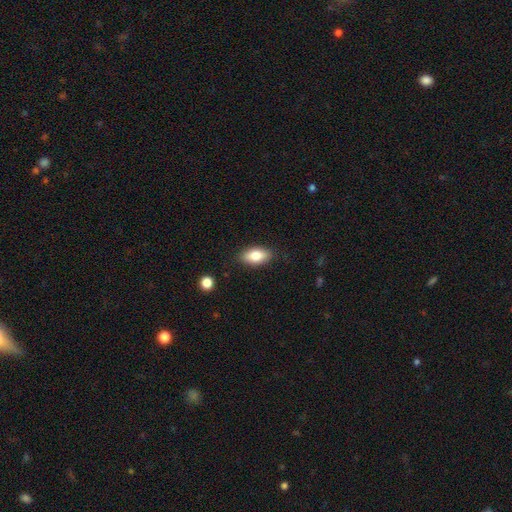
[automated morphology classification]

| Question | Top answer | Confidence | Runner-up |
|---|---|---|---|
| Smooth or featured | smooth | 80% | featured or disk (13%) |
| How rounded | in between | 89% | cigar-shaped (6%) |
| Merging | none | 85% | minor disturbance (11%) |